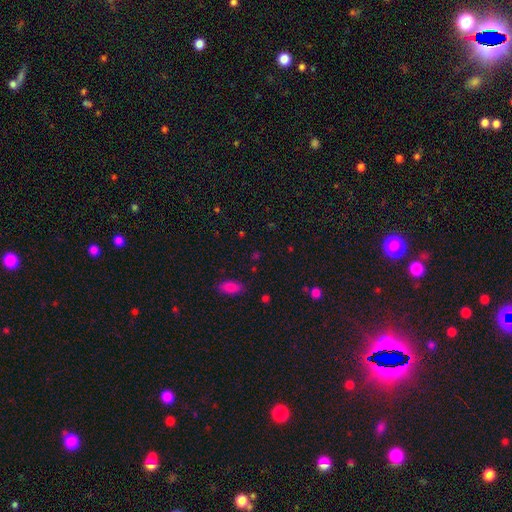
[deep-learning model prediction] smooth-or-featured: smooth: 62% | star or artifact: 31% | featured or disk: 6%
  how-rounded: in between: 57% | round: 36% | cigar-shaped: 6%
  merging: none: 82% | minor disturbance: 10% | major disturbance: 4% | merger: 4%